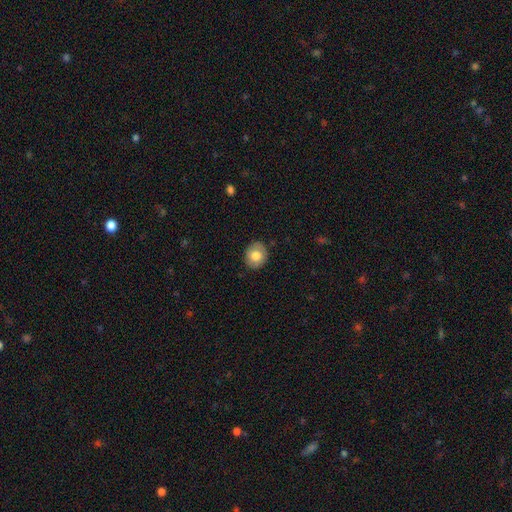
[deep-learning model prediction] Smooth or featured? Predicted: smooth (p=0.75). How rounded? Predicted: round (p=0.64). Merging? Predicted: none (p=0.85).